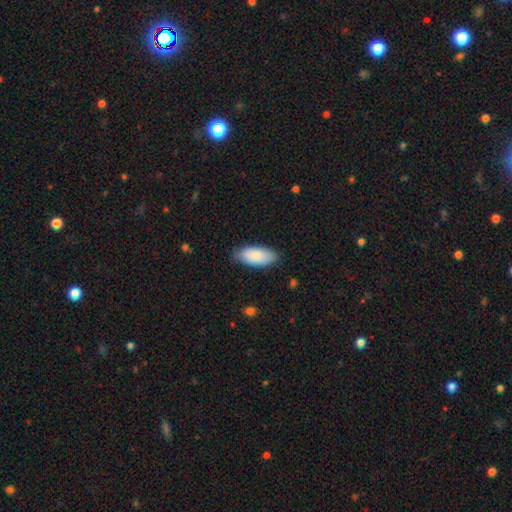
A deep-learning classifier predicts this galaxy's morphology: smooth_or_featured: smooth (p=0.86) [alt: featured or disk p=0.09]
how_rounded: in between (p=0.89) [alt: cigar-shaped p=0.10]
merging: none (p=0.81) [alt: minor disturbance p=0.15]